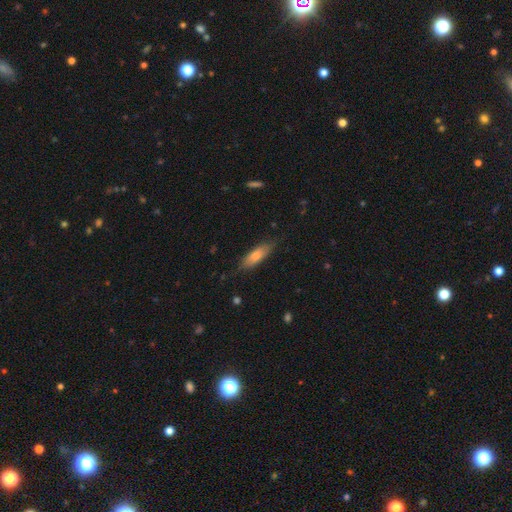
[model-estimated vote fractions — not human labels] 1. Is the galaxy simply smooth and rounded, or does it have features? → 76% smooth, 18% featured or disk, 6% star or artifact.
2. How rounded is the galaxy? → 49% in between (tied), 49% cigar-shaped (tied), 2% round.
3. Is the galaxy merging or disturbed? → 76% none, 18% minor disturbance, 4% major disturbance, 1% merger.